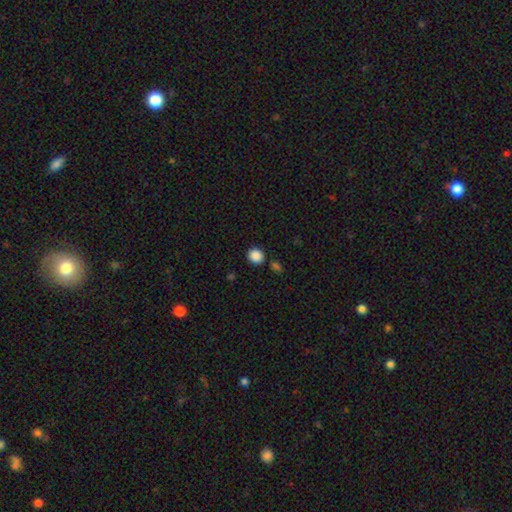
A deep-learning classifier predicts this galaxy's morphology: This appears to be a smooth galaxy with no disk features (88%) that is round (87%). Merging: none (86%).